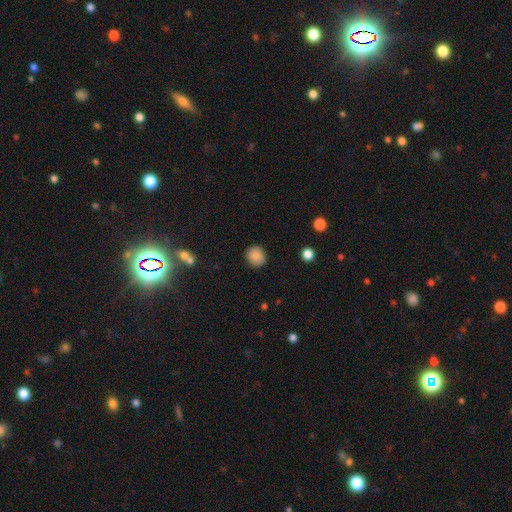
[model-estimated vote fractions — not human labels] A smooth galaxy with no disk features (87%) that is round (86%). Merging: none (88%).